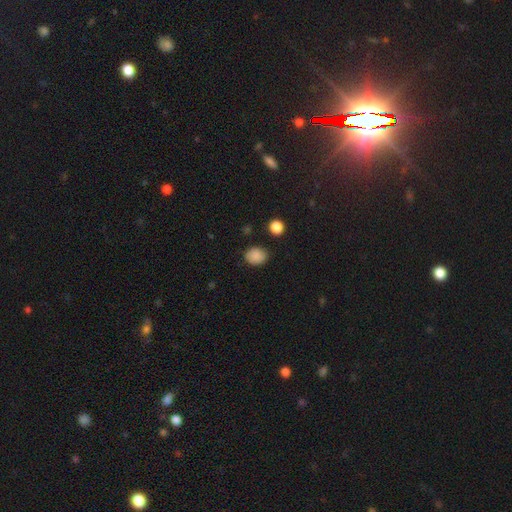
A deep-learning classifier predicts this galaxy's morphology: Overall: smooth (87%). How rounded: round (51%; in between 48%). Merging: none (82%).